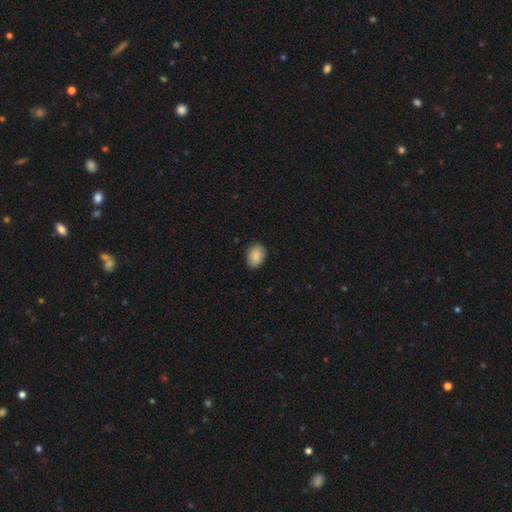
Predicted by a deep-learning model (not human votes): A smooth galaxy with no disk features (88%) that is in between round and cigar-shaped (71%). Merging: none (85%).